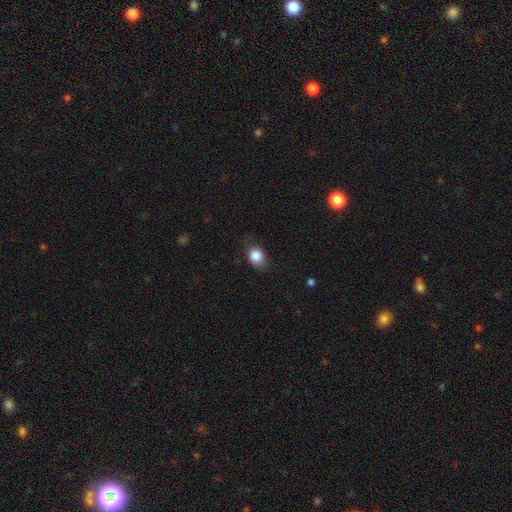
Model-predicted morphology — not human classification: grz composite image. It shows a smooth galaxy with no disk features (85%) that is in between round and cigar-shaped (50%). Merging: none (64%).